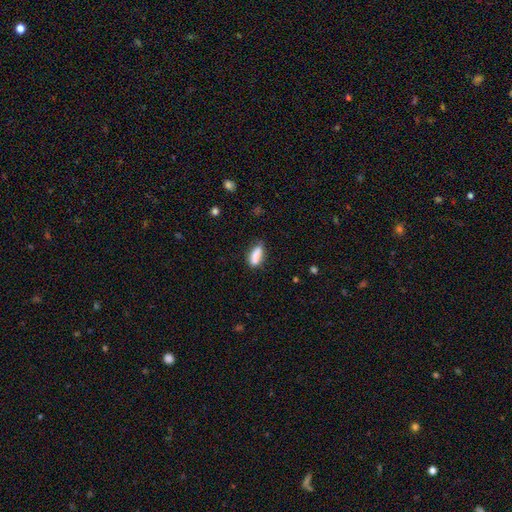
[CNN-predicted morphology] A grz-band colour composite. It shows a smooth galaxy with no disk features (85%) that is in between round and cigar-shaped (67%). Merging: none (70%).